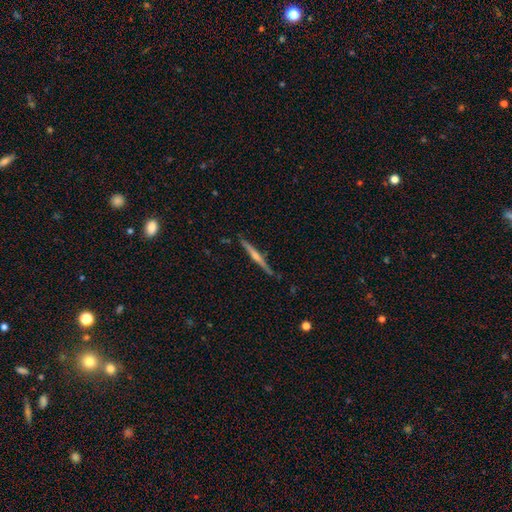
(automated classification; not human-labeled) This appears to be a featured or disk galaxy (65%) viewed edge-on (98%) with a rounded central bulge (61%). Merging: none (86%).